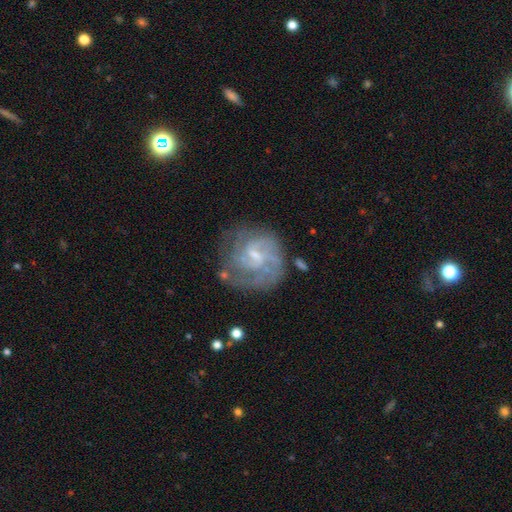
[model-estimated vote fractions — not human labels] Smooth or featured? featured or disk (80%)
Edge-on disk? no (98%)
Bar? weak (58%)
Spiral arms? yes (90%)
Spiral winding? tight (51%)
Spiral arm count? can't tell (37%)
Bulge size? small (60%)
Merging? none (64%)